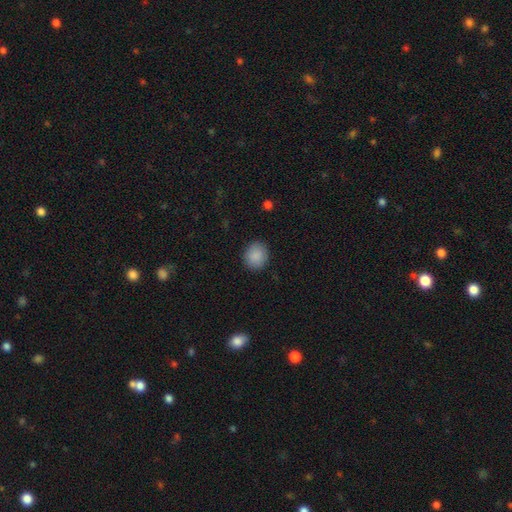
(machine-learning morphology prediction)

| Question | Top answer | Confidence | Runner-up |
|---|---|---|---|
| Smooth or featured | smooth | 89% | star or artifact (8%) |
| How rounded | round | 75% | in between (24%) |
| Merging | none | 89% | minor disturbance (8%) |